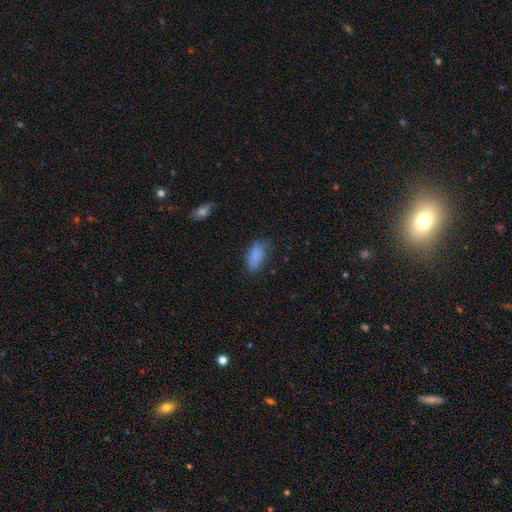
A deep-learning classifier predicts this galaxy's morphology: The model was most divided on "merging": none: 60%, minor disturbance: 29%, major disturbance: 10%, merger: 2%. More confident: how rounded — in between (90%); smooth or featured — smooth (84%).